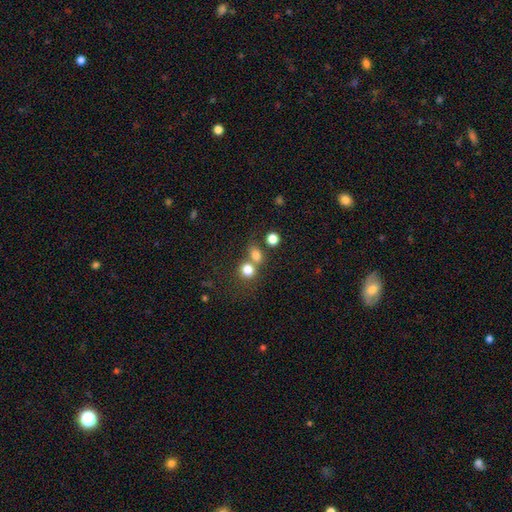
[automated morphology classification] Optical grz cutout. It shows a smooth galaxy with no disk features (77%) that is round (64%). Merging: none (47%).